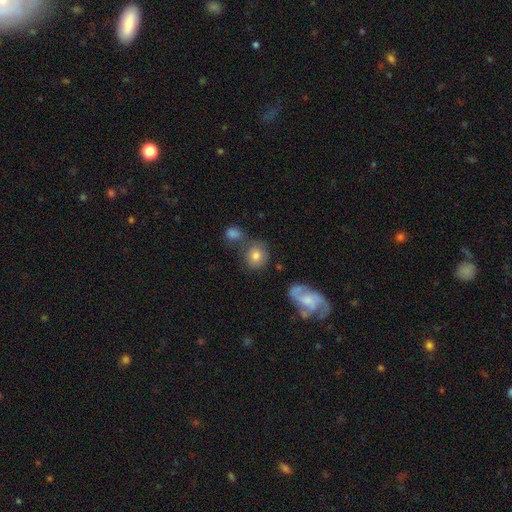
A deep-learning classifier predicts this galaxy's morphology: smooth 76%, featured or disk 14%, star or artifact 10%. Down the decision tree: how rounded — round (81%); merging — none (61%).